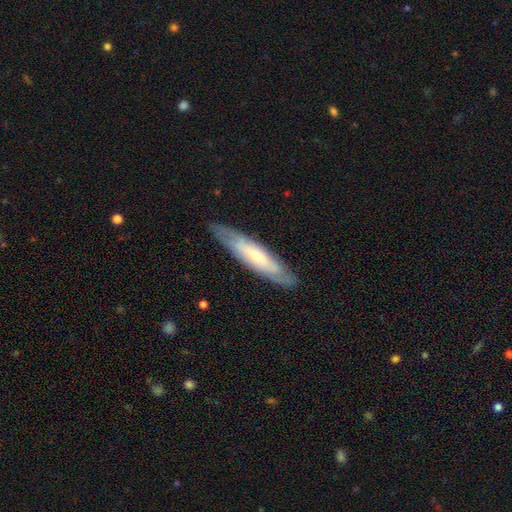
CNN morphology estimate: type=featured or disk (51%); edge-on=yes (52%); merging=none (83%).